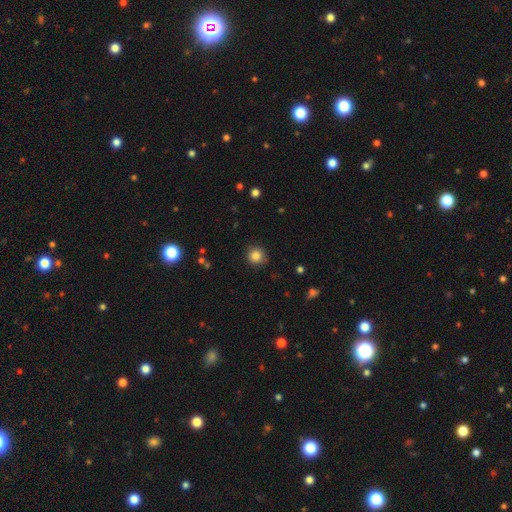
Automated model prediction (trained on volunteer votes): Overall: smooth (85%). How rounded: round (93%). Merging: none (87%).